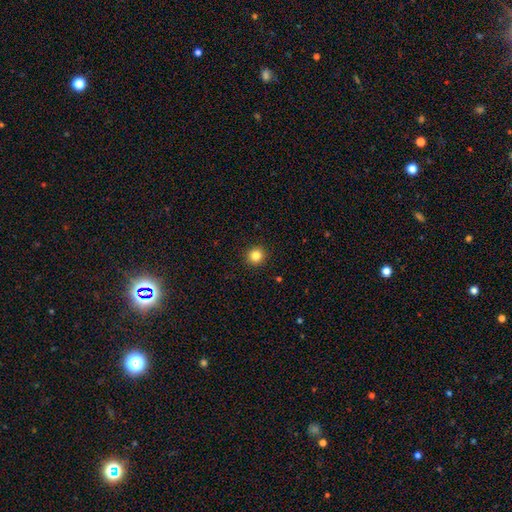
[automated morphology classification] Smooth or featured: smooth — 83% (star or artifact — 12%)
How rounded: round — 93% (in between — 6%)
Merging: none — 93% (minor disturbance — 5%)